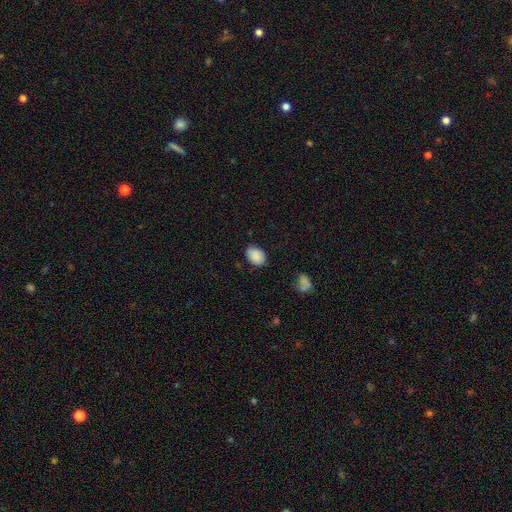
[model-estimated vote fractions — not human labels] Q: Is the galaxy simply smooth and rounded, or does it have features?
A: smooth — 89%.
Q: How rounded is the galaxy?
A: in between — 76%.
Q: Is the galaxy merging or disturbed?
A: none — 81%.